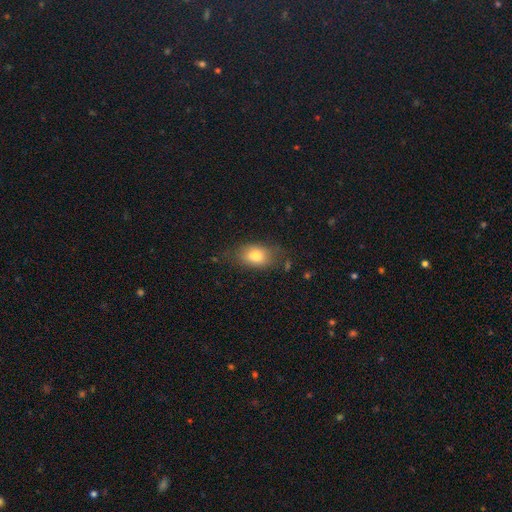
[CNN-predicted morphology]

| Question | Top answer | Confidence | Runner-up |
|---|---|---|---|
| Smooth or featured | smooth | 79% | featured or disk (13%) |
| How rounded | in between | 81% | round (16%) |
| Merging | none | 70% | minor disturbance (21%) |